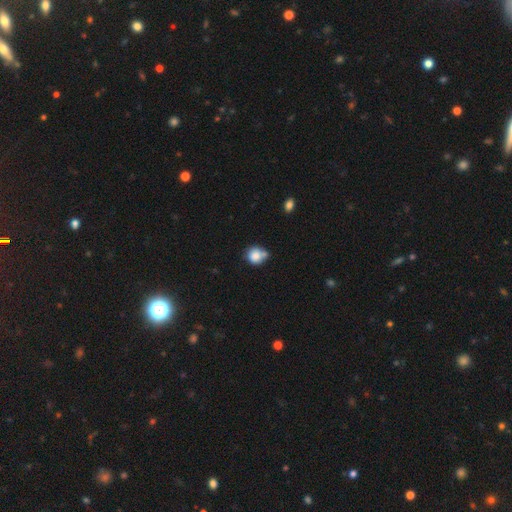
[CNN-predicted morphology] A smooth galaxy with no disk features (82%) that is round (85%).

Vote fractions:
- Smooth or featured? smooth: 82% / star or artifact: 9% / featured or disk: 9%
- How rounded? round: 85% / in between: 14% / cigar-shaped: 1%
- Merging? none: 50% / minor disturbance: 23% / merger: 22% / major disturbance: 6%